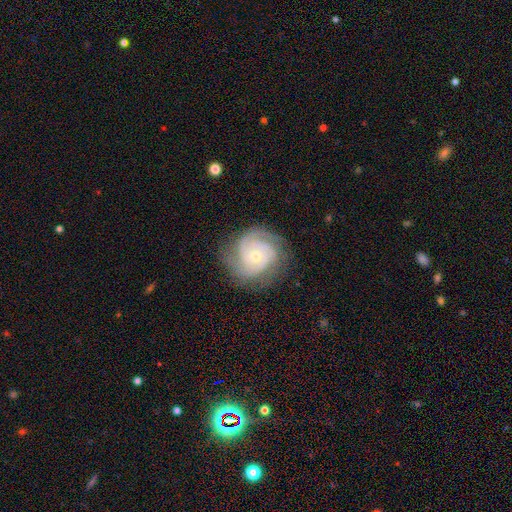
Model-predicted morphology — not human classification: Smooth or featured: featured or disk — 88% (smooth — 7%)
Edge-on disk: no — 98% (yes — 2%)
Bar: no — 75% (weak — 21%)
Spiral arms: yes — 98% (no — 2%)
Spiral winding: tight — 67% (medium — 28%)
Spiral arm count: 3 — 50% (2 — 16%)
Bulge size: small — 54% (moderate — 42%)
Merging: none — 76% (minor disturbance — 16%)